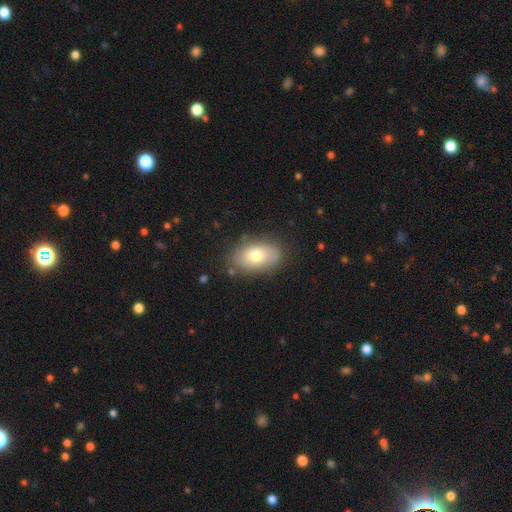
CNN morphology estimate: This appears to be a smooth galaxy with no disk features (68%) that is in between round and cigar-shaped (90%). Merging: none (79%).